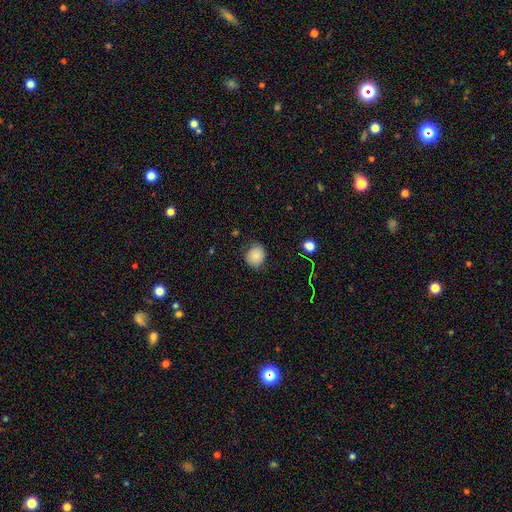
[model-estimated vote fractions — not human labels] This is clearly a smooth galaxy (85%). How rounded: likely round (67%). Merging: likely none (77%).